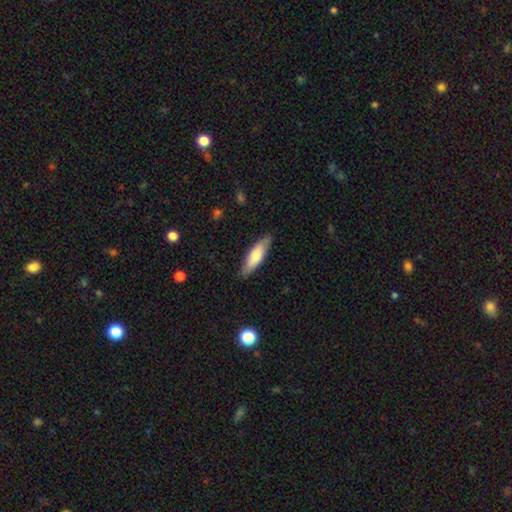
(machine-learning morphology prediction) The model was most divided on "how rounded": cigar-shaped: 56%, in between: 43%, round: 2%. More confident: merging — none (84%); smooth or featured — smooth (69%).